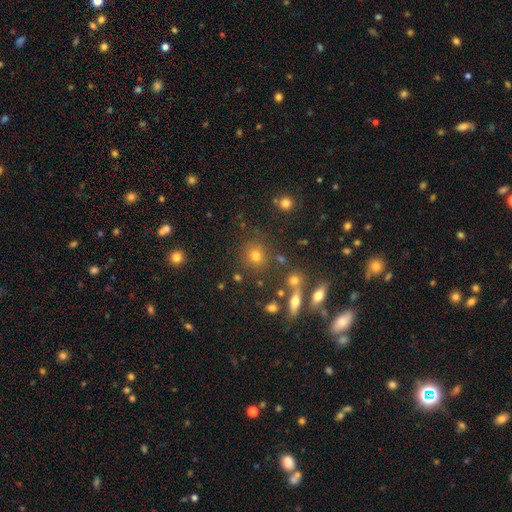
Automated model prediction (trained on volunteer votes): Overall: smooth (68%). How rounded: round (87%). Merging: none (80%).